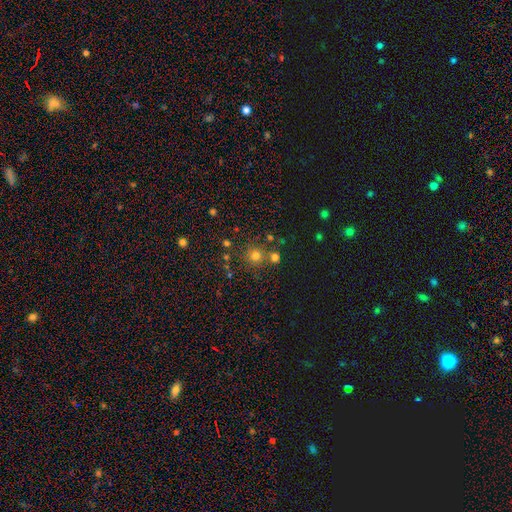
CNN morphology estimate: The model was most divided on "smooth or featured": smooth: 70%, star or artifact: 22%, featured or disk: 8%. More confident: how rounded — round (92%); merging — none (74%).